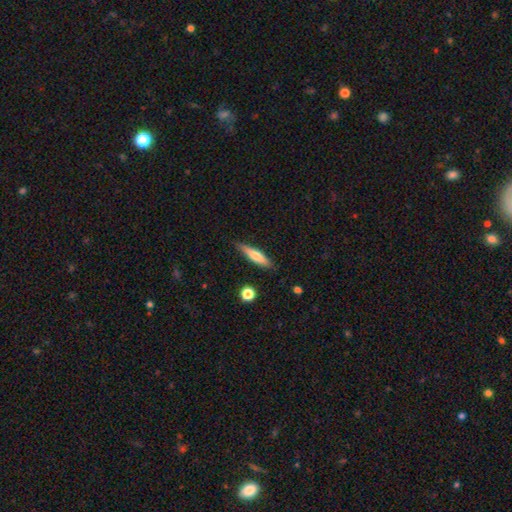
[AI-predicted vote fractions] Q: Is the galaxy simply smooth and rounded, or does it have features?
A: smooth — 62%.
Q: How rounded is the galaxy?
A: cigar-shaped — 81%.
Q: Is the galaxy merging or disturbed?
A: none — 84%.